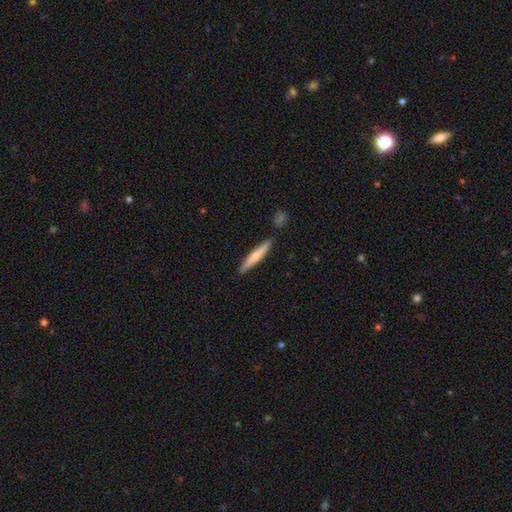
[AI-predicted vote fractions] smooth 62%, featured or disk 33%, star or artifact 5%. Down the decision tree: how rounded — cigar-shaped (93%); merging — none (87%).